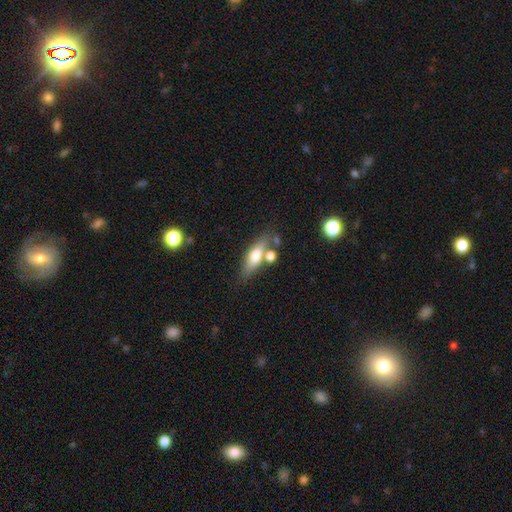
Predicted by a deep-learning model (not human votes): Smooth or featured?
  - smooth: 58% *
  - featured or disk: 35%
  - star or artifact: 8%
How rounded?
  - in between: 53% *
  - cigar-shaped: 42%
  - round: 5%
Merging?
  - none: 63% *
  - merger: 18%
  - minor disturbance: 14%
  - major disturbance: 5%